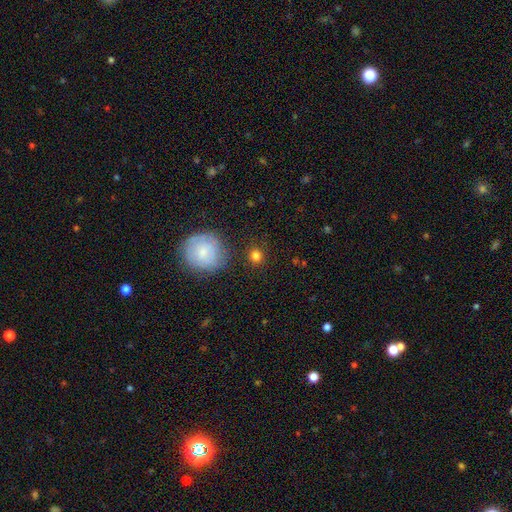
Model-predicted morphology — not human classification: This is clearly a smooth galaxy (83%). How rounded: clearly round (89%). Merging: clearly none (85%).